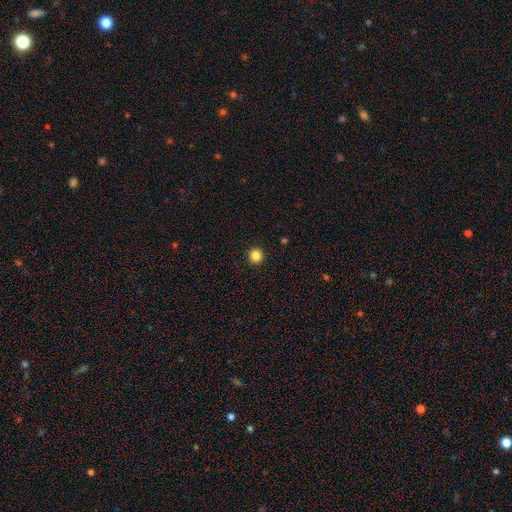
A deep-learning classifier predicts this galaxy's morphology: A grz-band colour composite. It shows a smooth galaxy with no disk features (85%) that is round (95%). Merging: none (93%).